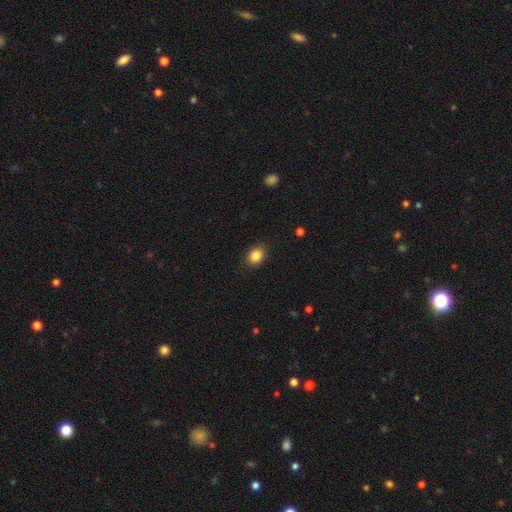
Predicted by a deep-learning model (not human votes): The model was most divided on "how rounded": in between: 56%, round: 43%, cigar-shaped: 1%. More confident: merging — none (87%); smooth or featured — smooth (85%).